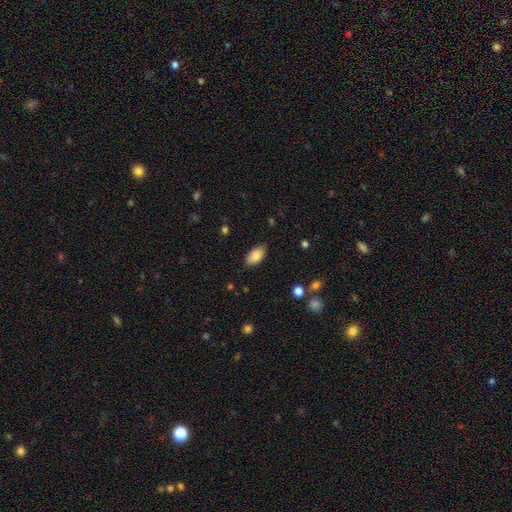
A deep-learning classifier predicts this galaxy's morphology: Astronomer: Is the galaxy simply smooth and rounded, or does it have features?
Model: smooth — 86%.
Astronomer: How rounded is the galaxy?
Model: in between — 93%.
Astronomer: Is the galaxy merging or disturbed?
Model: none — 83%.